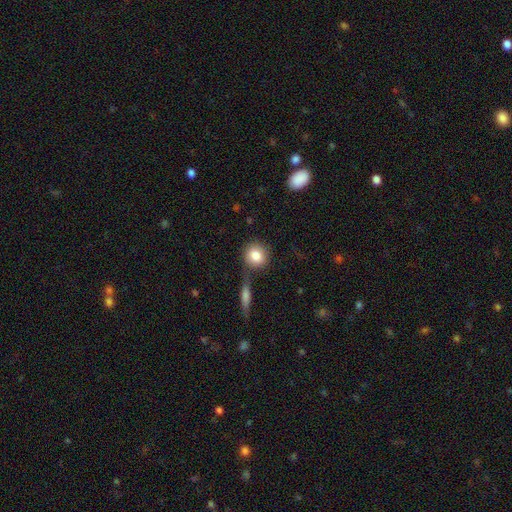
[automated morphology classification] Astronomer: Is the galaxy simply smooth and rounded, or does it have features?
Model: smooth — 83%.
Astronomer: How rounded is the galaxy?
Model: round — 87%.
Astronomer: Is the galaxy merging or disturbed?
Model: none — 70%.